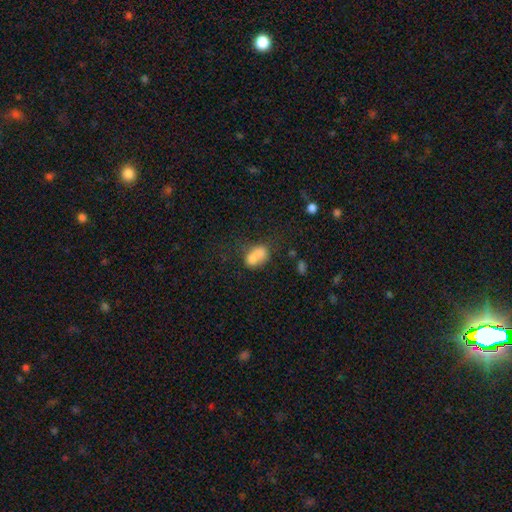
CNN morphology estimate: Overall: smooth (75%). How rounded: in between (83%). Merging: none (34%; merger 31%).